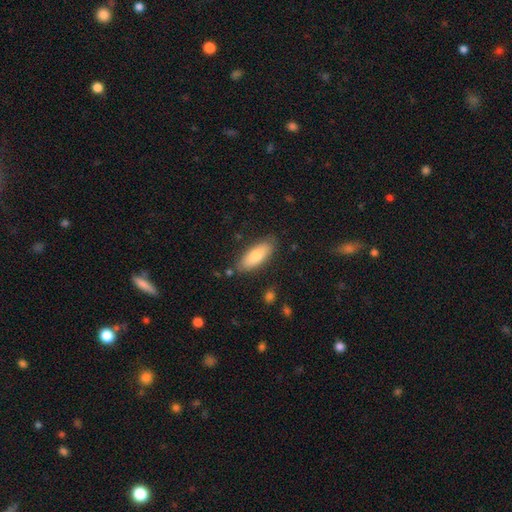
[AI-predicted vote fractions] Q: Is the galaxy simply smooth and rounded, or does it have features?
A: smooth — 76%.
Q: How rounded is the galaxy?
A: in between — 72%.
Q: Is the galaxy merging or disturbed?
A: none — 82%.